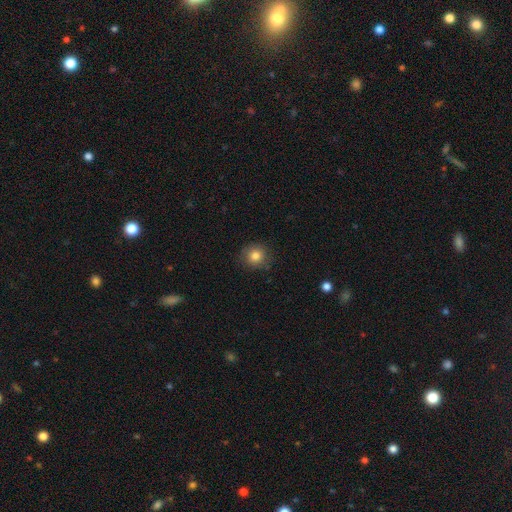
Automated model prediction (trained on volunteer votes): The model was most divided on "smooth or featured": smooth: 82%, star or artifact: 10%, featured or disk: 8%. More confident: how rounded — round (86%); merging — none (84%).